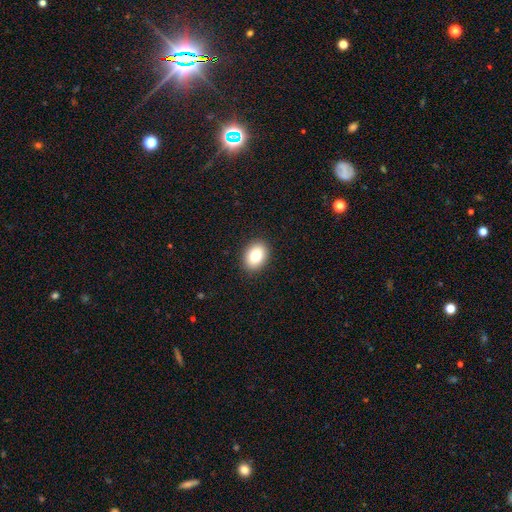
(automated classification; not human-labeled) This is clearly a smooth galaxy (82%). How rounded: likely in between (70%). Merging: clearly none (90%).